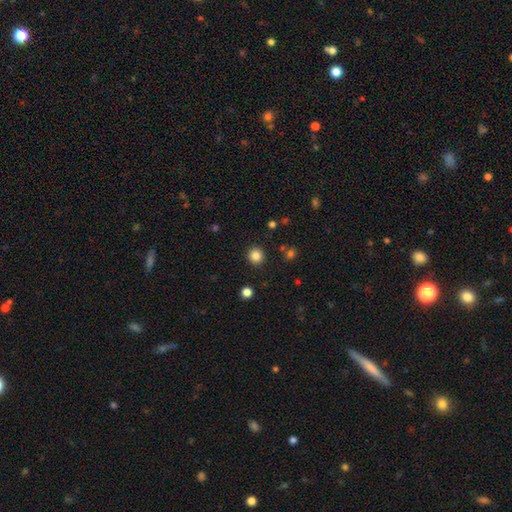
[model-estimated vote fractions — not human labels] The model was most divided on "smooth or featured": smooth: 84%, star or artifact: 12%, featured or disk: 4%. More confident: how rounded — round (94%); merging — none (92%).